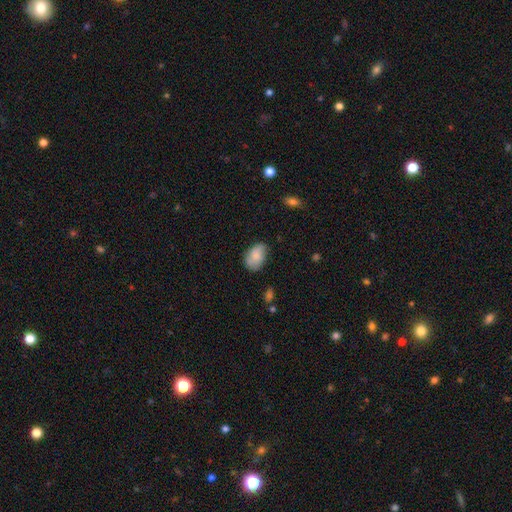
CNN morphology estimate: This appears to be a smooth galaxy with no disk features (78%) that is in between round and cigar-shaped (86%). Merging: none (64%).